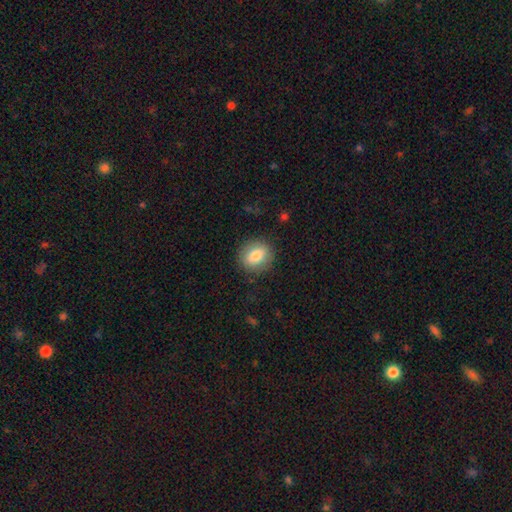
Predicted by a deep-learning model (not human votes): This is likely a smooth galaxy (77%). How rounded: likely round (71%). Merging: clearly none (87%).